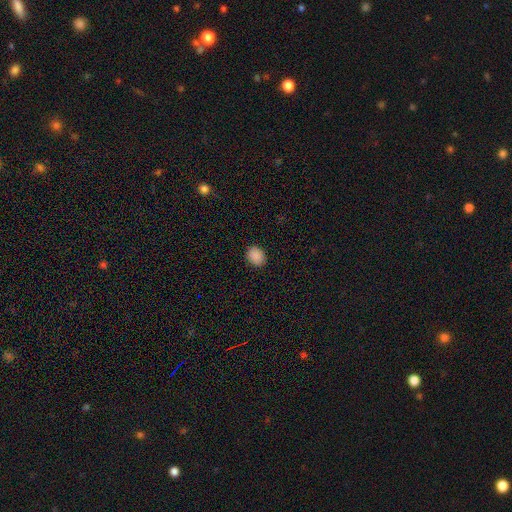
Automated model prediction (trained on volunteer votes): The model was most divided on "how rounded": round: 52%, in between: 47%, cigar-shaped: 1%. More confident: merging — none (89%); smooth or featured — smooth (88%).